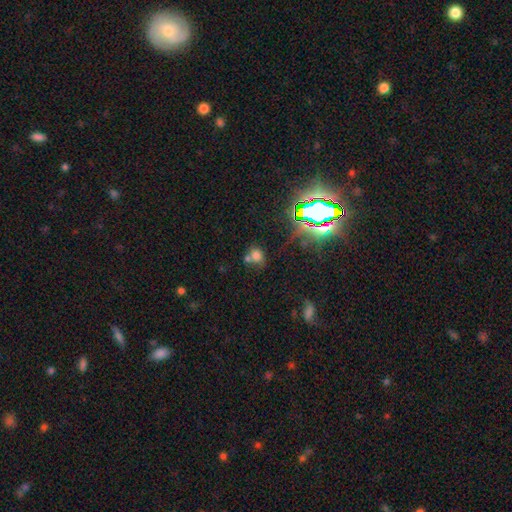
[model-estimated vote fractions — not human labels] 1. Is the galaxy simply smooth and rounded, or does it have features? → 63% smooth, 25% star or artifact, 11% featured or disk.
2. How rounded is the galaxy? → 73% round, 26% in between, 1% cigar-shaped.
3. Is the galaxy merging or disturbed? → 45% none, 35% merger, 13% minor disturbance, 7% major disturbance.